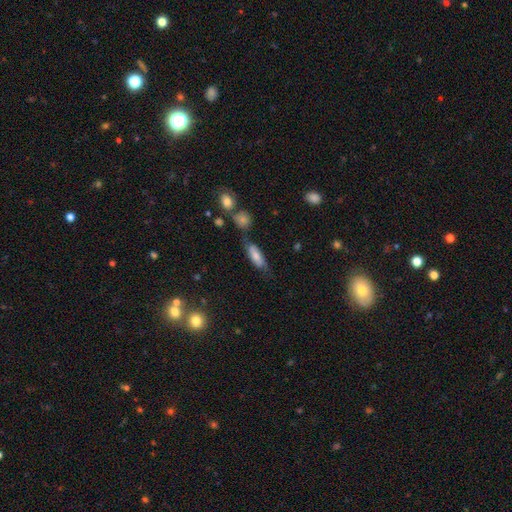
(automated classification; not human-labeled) The model was most divided on "merging": none: 55%, minor disturbance: 24%, merger: 11%, major disturbance: 11%. More confident: how rounded — in between (69%); smooth or featured — smooth (66%).